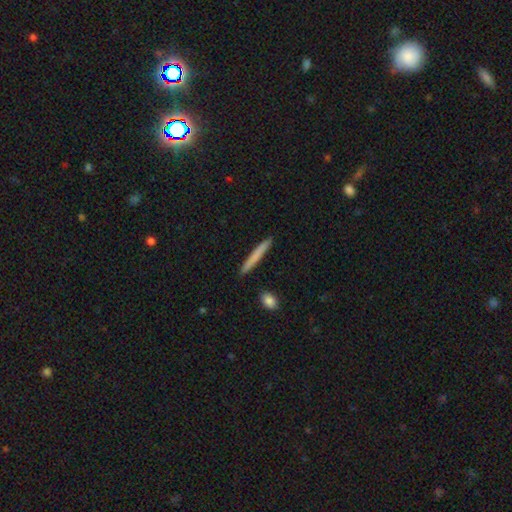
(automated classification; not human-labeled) Smooth or featured?
  - smooth: 73% *
  - featured or disk: 21%
  - star or artifact: 6%
How rounded?
  - cigar-shaped: 96% *
  - in between: 2%
  - round: 1%
Merging?
  - none: 91% *
  - minor disturbance: 6%
  - merger: 2%
  - major disturbance: 1%